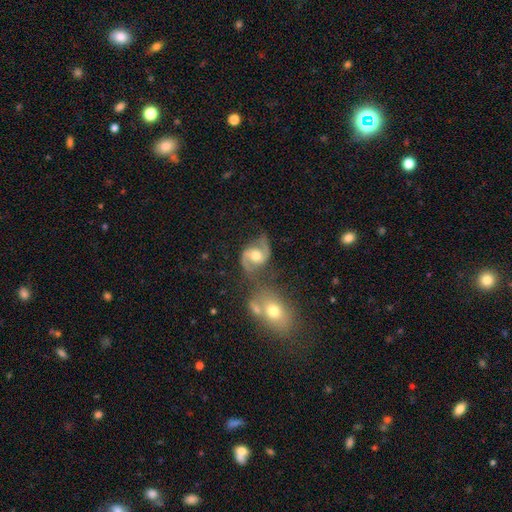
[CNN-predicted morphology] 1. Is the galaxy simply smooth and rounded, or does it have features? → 85% featured or disk, 9% smooth, 6% star or artifact.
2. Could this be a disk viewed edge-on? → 98% no, 2% yes.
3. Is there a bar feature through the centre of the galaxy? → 45% weak, 40% no, 15% strong.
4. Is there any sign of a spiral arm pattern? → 96% yes, 4% no.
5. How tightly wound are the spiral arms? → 53% medium, 35% loose, 12% tight.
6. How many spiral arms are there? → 93% 2, 2% can't tell, 2% 1, 1% 3, 1% 4, 1% more than 4.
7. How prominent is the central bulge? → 70% moderate, 16% small, 11% large, 2% none, 1% dominant.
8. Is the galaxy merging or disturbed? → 51% none, 22% merger, 17% minor disturbance, 10% major disturbance.